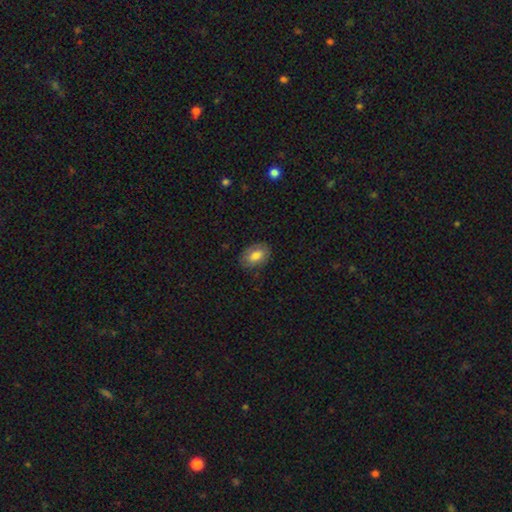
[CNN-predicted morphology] This is likely a smooth galaxy (76%). How rounded: clearly in between (87%). Merging: clearly none (82%).